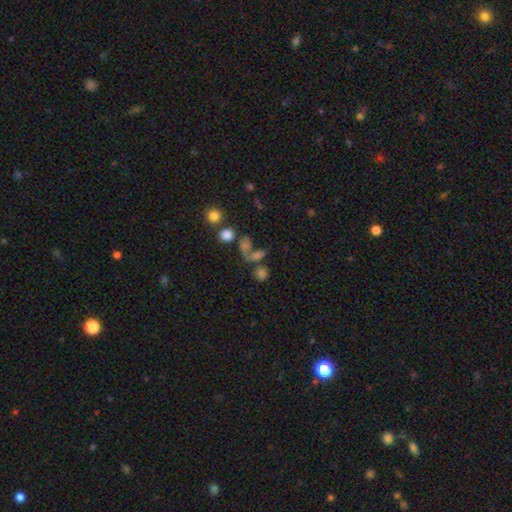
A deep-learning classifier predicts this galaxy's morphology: Overall: smooth (46%; star or artifact 32%). Merging: merger (41%; none 31%).